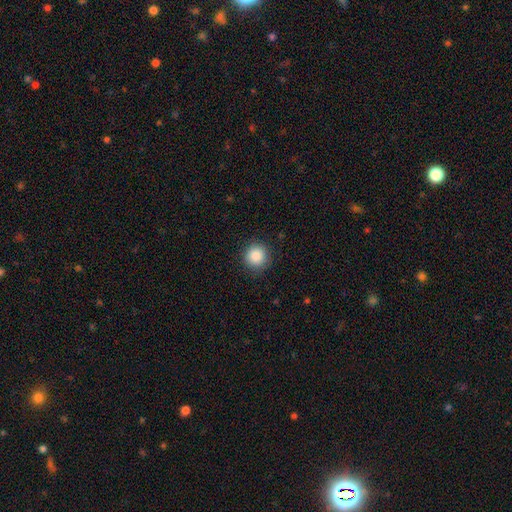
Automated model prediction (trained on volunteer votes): This appears to be a smooth galaxy with no disk features (87%) that is round (93%). Merging: none (89%).